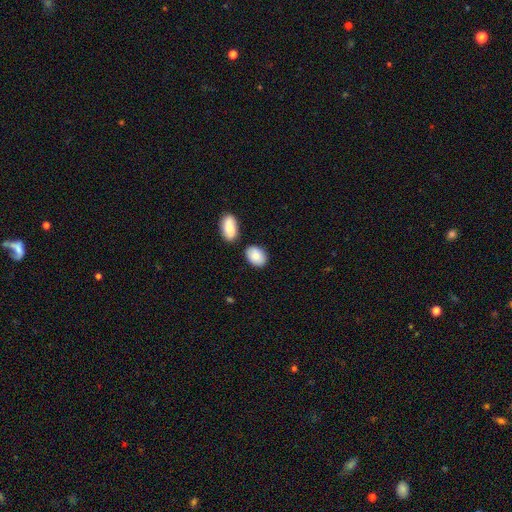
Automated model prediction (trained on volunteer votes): A smooth galaxy with no disk features (85%) that is in between round and cigar-shaped (84%). Merging: none (75%).